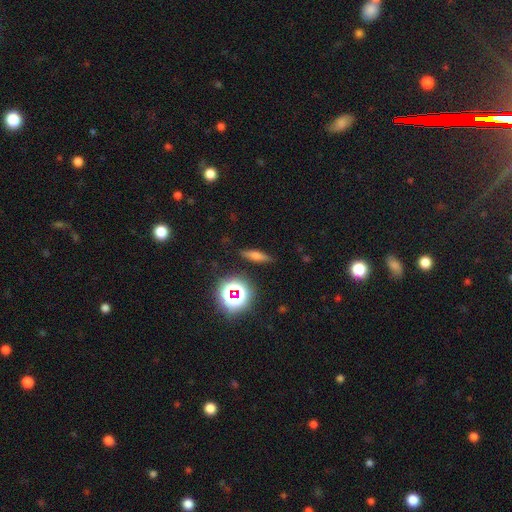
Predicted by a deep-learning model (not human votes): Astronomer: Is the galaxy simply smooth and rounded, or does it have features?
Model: smooth — 54%.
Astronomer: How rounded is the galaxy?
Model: cigar-shaped — 64%.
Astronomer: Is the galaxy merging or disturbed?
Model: none — 85%.